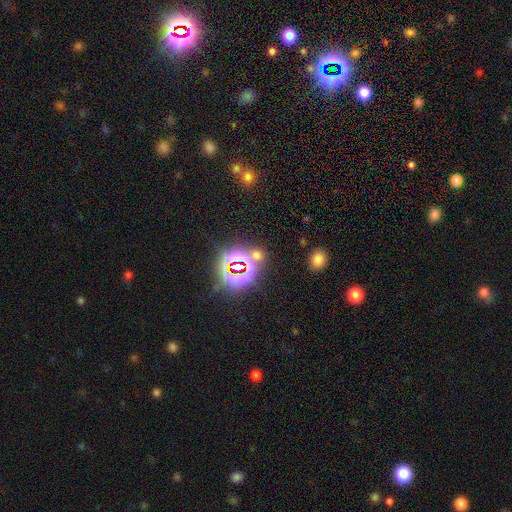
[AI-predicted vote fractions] A star or artifact, not a galaxy (62%).

Vote fractions:
- Smooth or featured? star or artifact: 62% / smooth: 31% / featured or disk: 7%